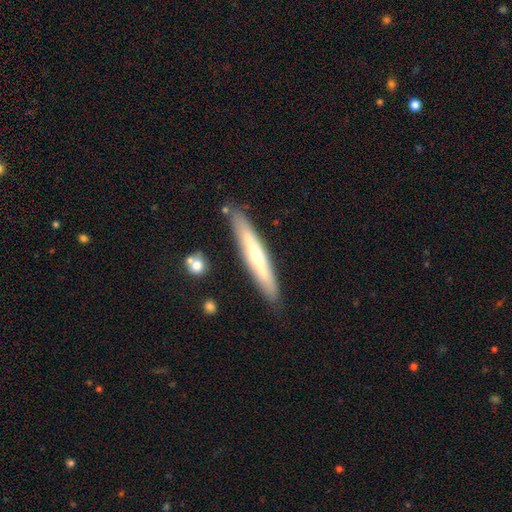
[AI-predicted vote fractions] Overall: featured or disk (52%; smooth 42%). Edge-on disk: yes (86%). Merging: none (86%).